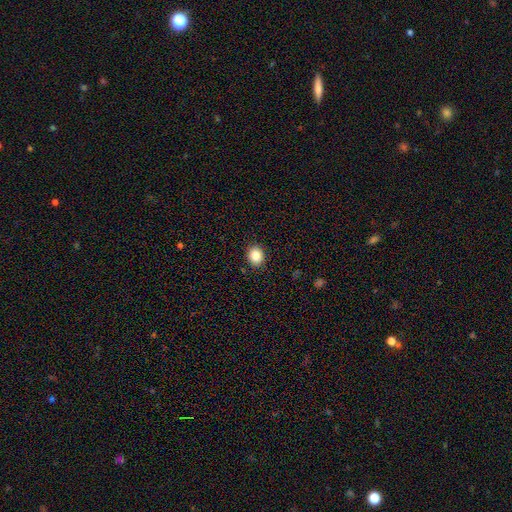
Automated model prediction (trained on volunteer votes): smooth 86%, star or artifact 9%, featured or disk 5%. Down the decision tree: how rounded — round (61%); merging — none (90%).